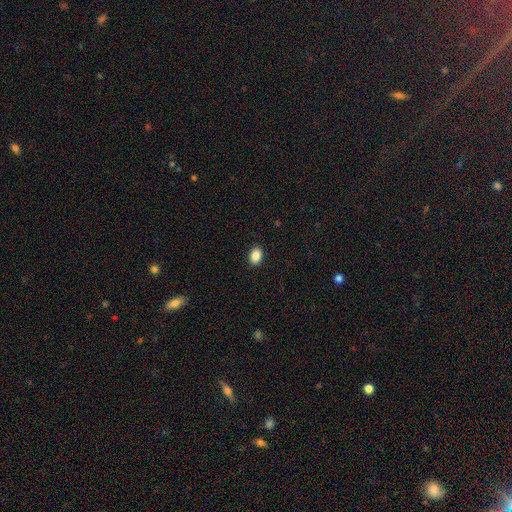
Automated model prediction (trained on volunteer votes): This appears to be a smooth galaxy with no disk features (88%) that is in between round and cigar-shaped (78%). Merging: none (90%).